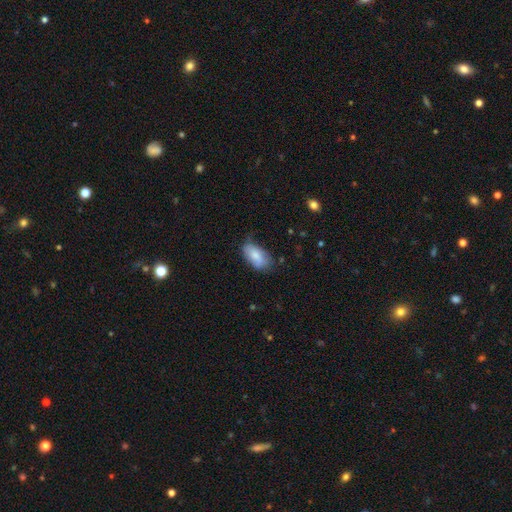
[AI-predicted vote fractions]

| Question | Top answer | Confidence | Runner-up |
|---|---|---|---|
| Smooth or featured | smooth | 78% | featured or disk (15%) |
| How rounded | in between | 93% | cigar-shaped (4%) |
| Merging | none | 54% | minor disturbance (35%) |